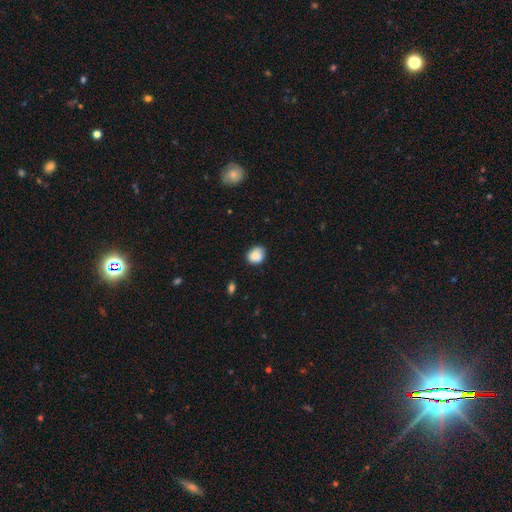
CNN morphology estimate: A smooth galaxy with no disk features (84%) that is round (61%). Merging: none (71%).